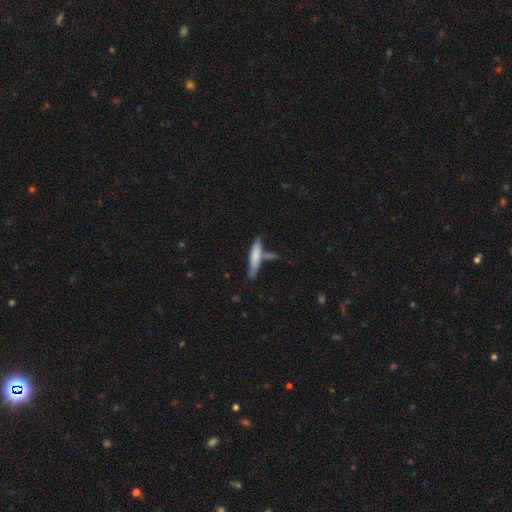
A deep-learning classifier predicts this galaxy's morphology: Smooth or featured? smooth (71%)
How rounded? cigar-shaped (82%)
Merging? none (61%)